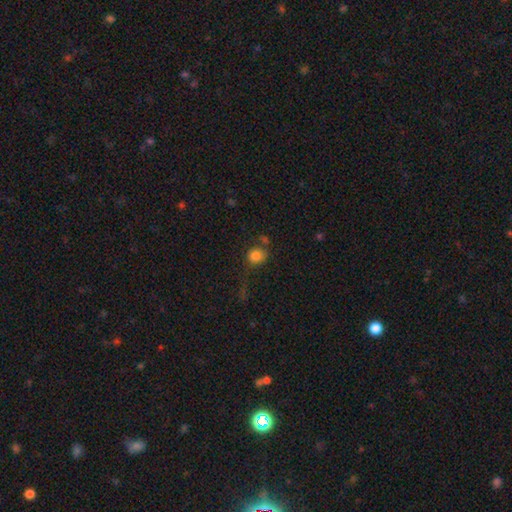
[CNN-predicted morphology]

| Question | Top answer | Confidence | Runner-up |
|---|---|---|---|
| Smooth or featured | smooth | 81% | star or artifact (11%) |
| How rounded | round | 74% | in between (25%) |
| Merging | none | 57% | minor disturbance (19%) |